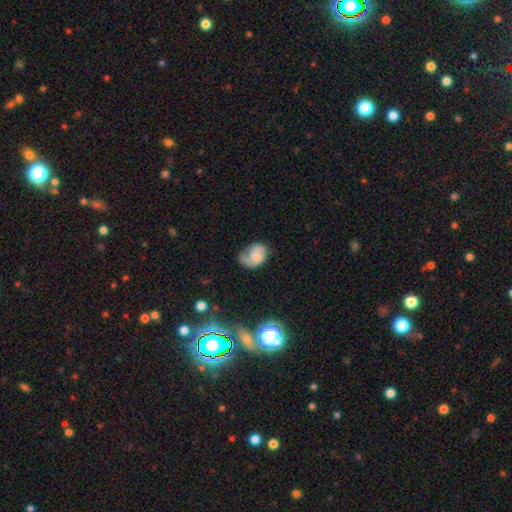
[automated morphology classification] Smooth or featured? Predicted: smooth (p=0.47). Merging? Predicted: none (p=0.42).